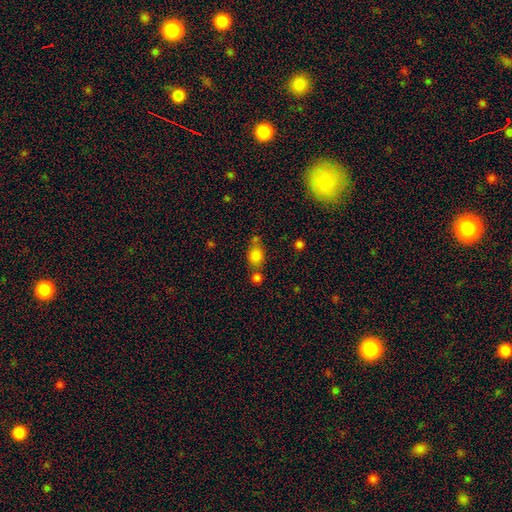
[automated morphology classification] This appears to be a smooth galaxy with no disk features (80%) that is round (55%). Merging: none (50%).